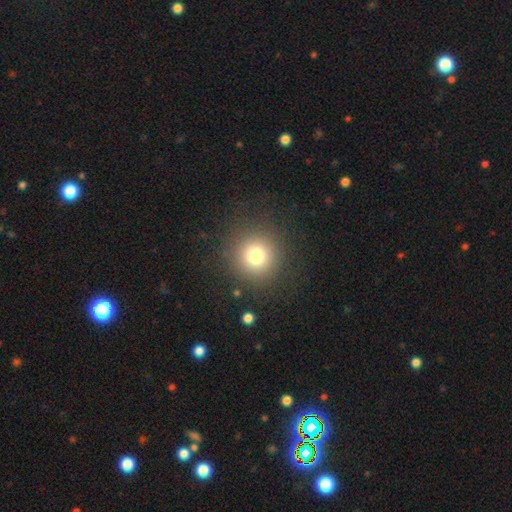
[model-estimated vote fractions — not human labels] A smooth galaxy with no disk features (76%) that is round (95%).

Vote fractions:
- Smooth or featured? smooth: 76% / star or artifact: 16% / featured or disk: 9%
- How rounded? round: 95% / in between: 4% / cigar-shaped: 1%
- Merging? none: 88% / minor disturbance: 7% / major disturbance: 4% / merger: 1%